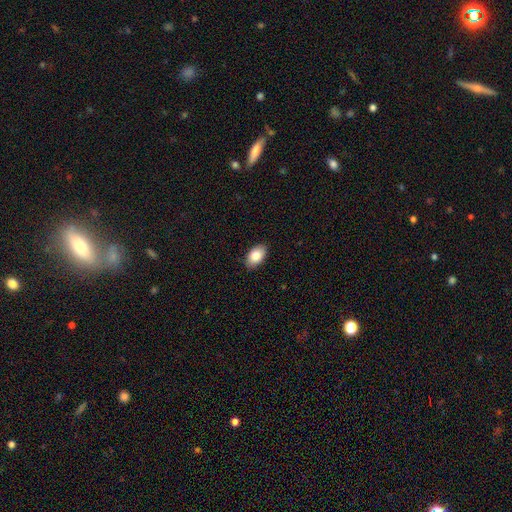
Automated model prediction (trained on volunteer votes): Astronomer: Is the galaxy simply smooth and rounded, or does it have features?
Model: smooth — 83%.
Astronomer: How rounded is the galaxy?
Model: in between — 92%.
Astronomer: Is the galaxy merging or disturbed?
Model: none — 88%.